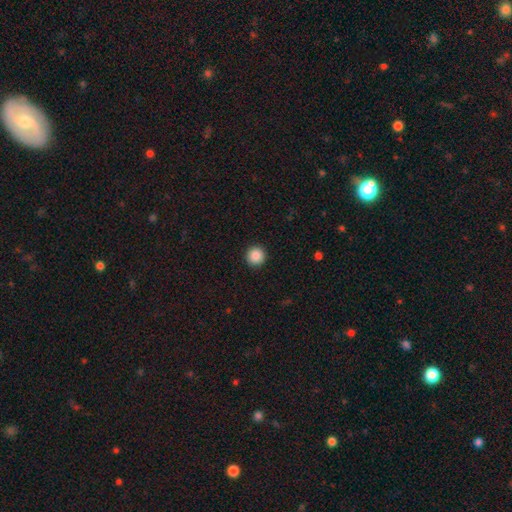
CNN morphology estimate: smooth_or_featured: smooth (p=0.88) [alt: star or artifact p=0.09]
how_rounded: round (p=0.96) [alt: in between p=0.03]
merging: none (p=0.93) [alt: minor disturbance p=0.04]